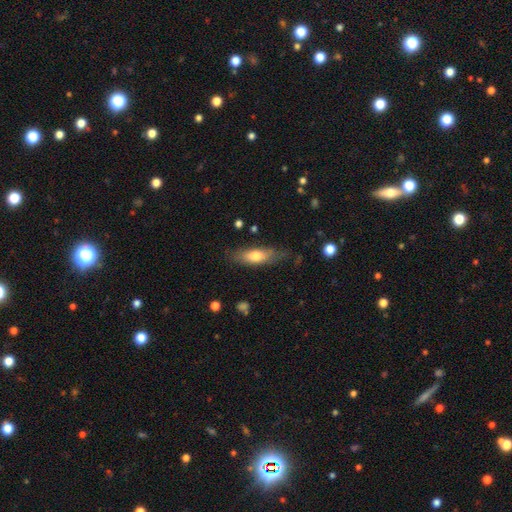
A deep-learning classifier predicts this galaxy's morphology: Smooth or featured: smooth — 67% (featured or disk — 27%)
How rounded: in between — 56% (cigar-shaped — 42%)
Merging: none — 68% (minor disturbance — 23%)